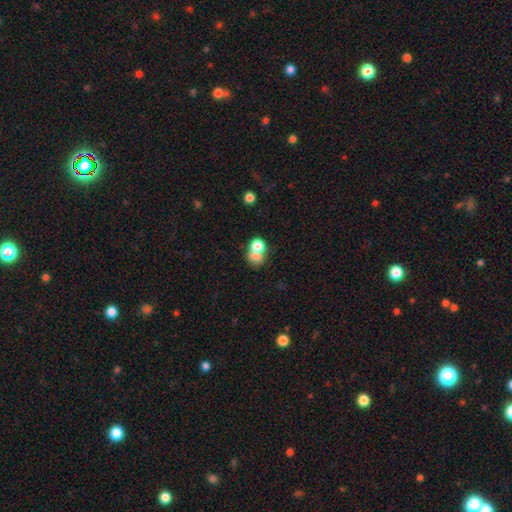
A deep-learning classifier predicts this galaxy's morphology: Smooth or featured? smooth (72%)
How rounded? round (63%)
Merging? merger (61%)